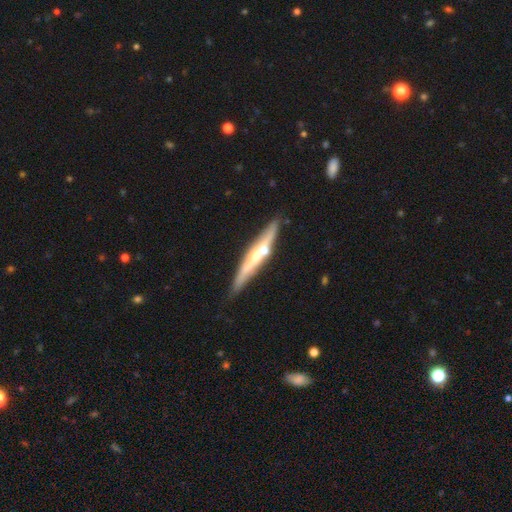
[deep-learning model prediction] Smooth or featured? featured or disk (72%)
Edge-on disk? yes (95%)
Edge-on bulge? rounded (76%)
Merging? none (78%)